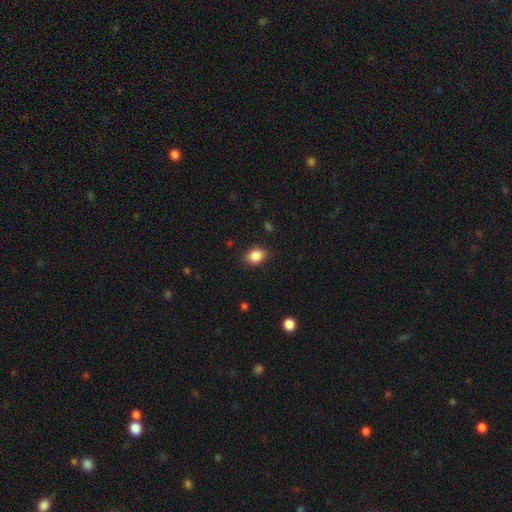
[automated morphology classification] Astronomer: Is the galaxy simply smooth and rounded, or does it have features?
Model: smooth — 87%.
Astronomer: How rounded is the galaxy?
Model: in between — 70%.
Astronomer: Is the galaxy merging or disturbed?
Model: none — 85%.